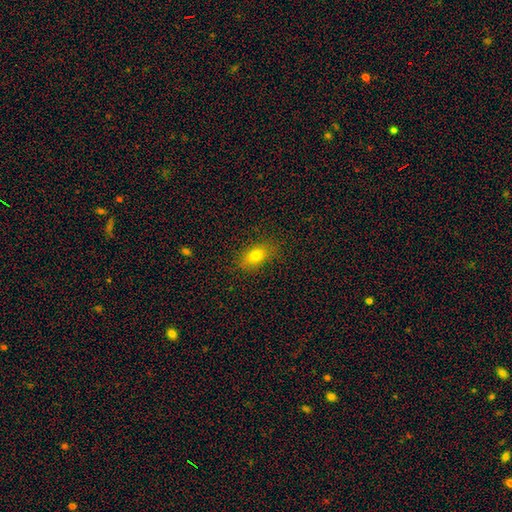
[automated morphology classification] smooth_or_featured: smooth (p=0.77) [alt: featured or disk p=0.12]
how_rounded: in between (p=0.83) [alt: round p=0.12]
merging: none (p=0.83) [alt: minor disturbance p=0.13]